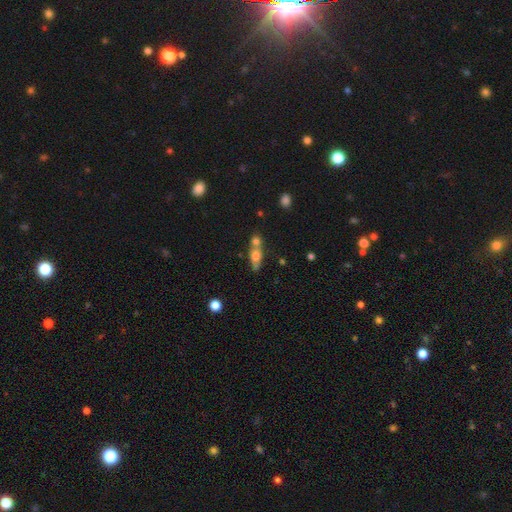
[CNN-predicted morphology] Smooth or featured? Predicted: smooth (p=0.60). How rounded? Predicted: in between (p=0.54). Merging? Predicted: none (p=0.43).